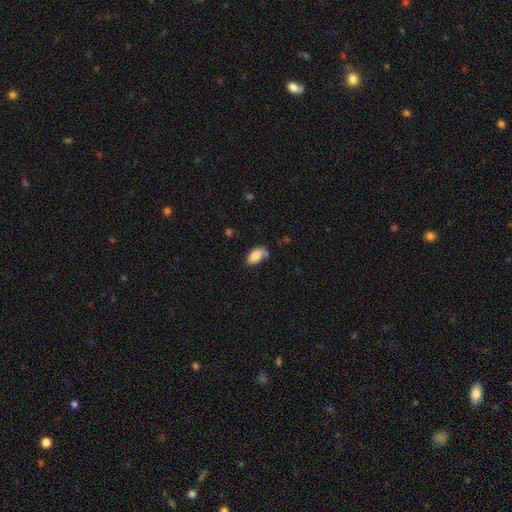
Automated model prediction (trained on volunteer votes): smooth-or-featured: smooth: 84% | featured or disk: 8% | star or artifact: 8%
  how-rounded: in between: 94% | round: 4% | cigar-shaped: 3%
  merging: none: 53% | minor disturbance: 28% | major disturbance: 10% | merger: 9%